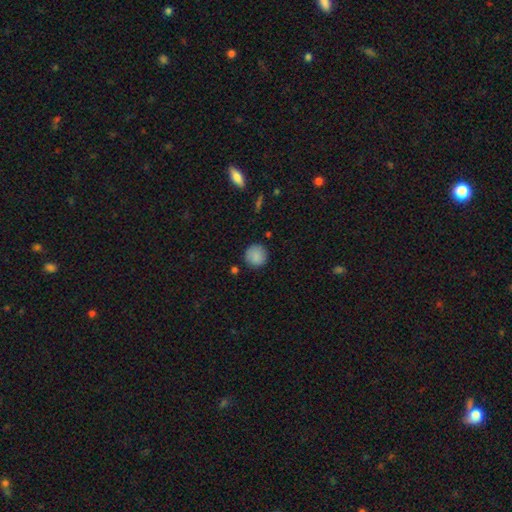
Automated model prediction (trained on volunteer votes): The model was most divided on "merging": none: 85%, minor disturbance: 10%, major disturbance: 3%, merger: 2%. More confident: how rounded — round (94%); smooth or featured — smooth (87%).